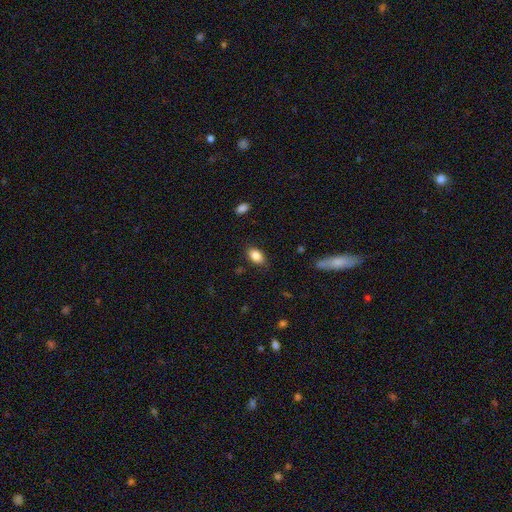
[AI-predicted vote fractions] smooth-or-featured: smooth: 85% | star or artifact: 8% | featured or disk: 7%
  how-rounded: in between: 88% | round: 10% | cigar-shaped: 2%
  merging: none: 82% | minor disturbance: 14% | major disturbance: 3% | merger: 1%